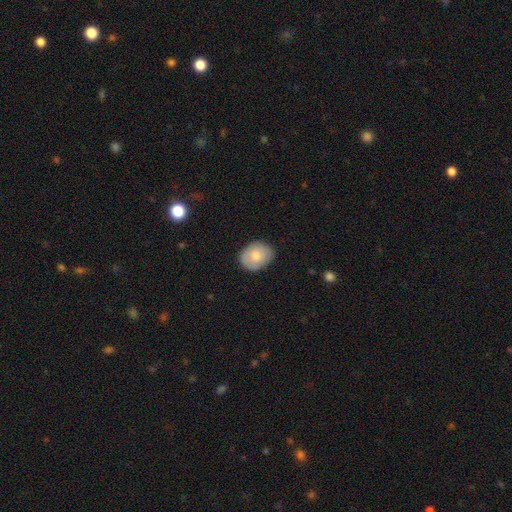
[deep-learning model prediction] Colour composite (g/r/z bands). It shows a smooth galaxy with no disk features (78%) that is in between round and cigar-shaped (57%). Merging: none (82%).